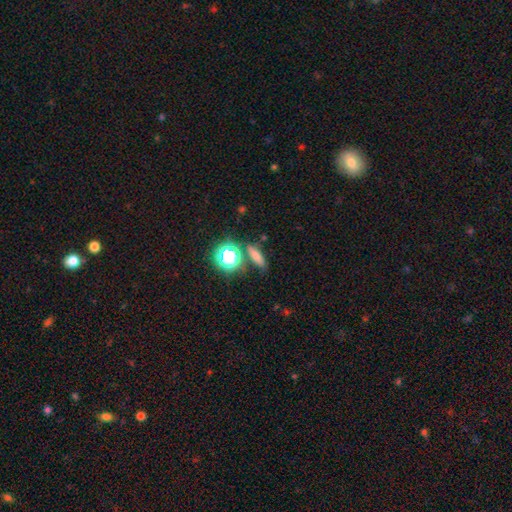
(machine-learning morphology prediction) The model was most divided on "how rounded": cigar-shaped: 51%, in between: 33%, round: 16%. More confident: merging — none (76%); smooth or featured — smooth (68%).